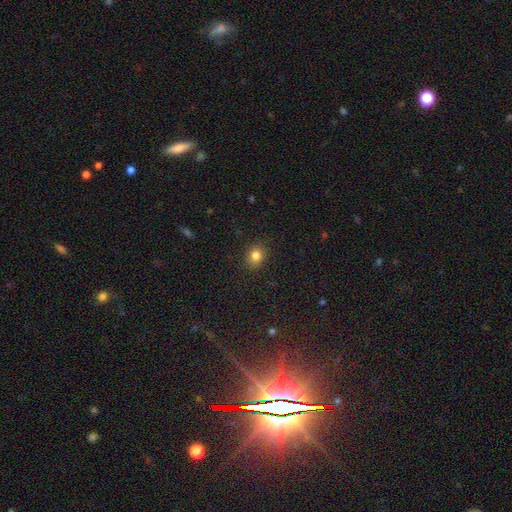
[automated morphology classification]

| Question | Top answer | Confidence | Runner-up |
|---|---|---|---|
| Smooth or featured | smooth | 82% | star or artifact (12%) |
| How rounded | round | 65% | in between (35%) |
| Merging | none | 89% | minor disturbance (8%) |